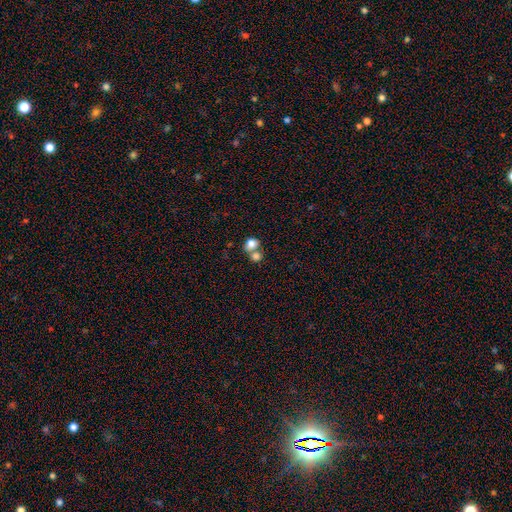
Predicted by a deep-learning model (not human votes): smooth 52%, star or artifact 32%, featured or disk 15%. Down the decision tree: how rounded — round (73%); merging — none (50%).